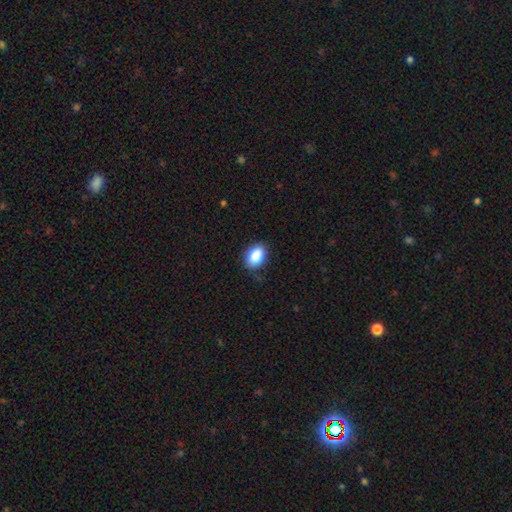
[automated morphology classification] Smooth or featured? smooth (88%)
How rounded? in between (85%)
Merging? none (82%)